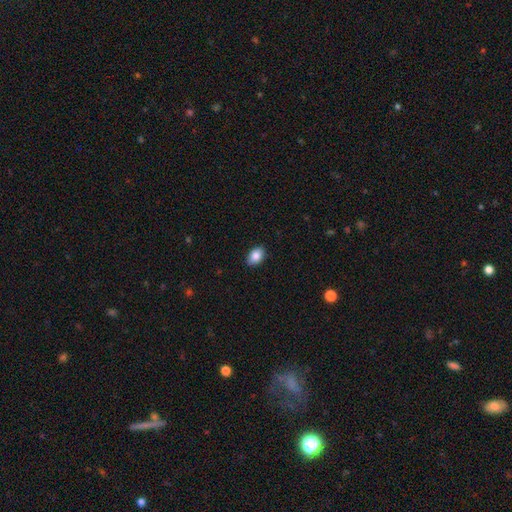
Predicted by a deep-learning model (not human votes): smooth-or-featured: smooth: 87% | star or artifact: 8% | featured or disk: 5%
  how-rounded: in between: 86% | round: 13% | cigar-shaped: 1%
  merging: none: 88% | minor disturbance: 9% | major disturbance: 2% | merger: 1%